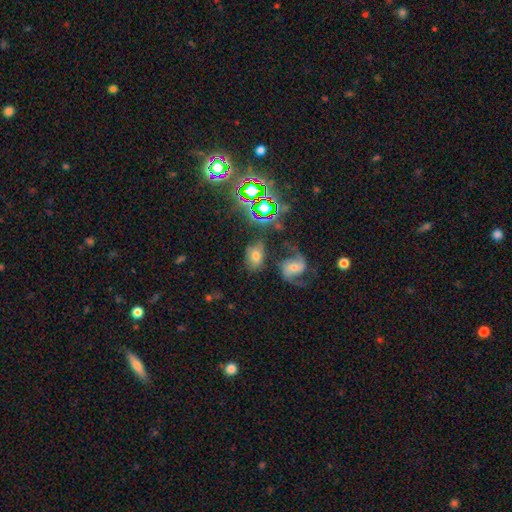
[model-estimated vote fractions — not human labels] A smooth galaxy with no disk features (48%). Merging: none (63%).